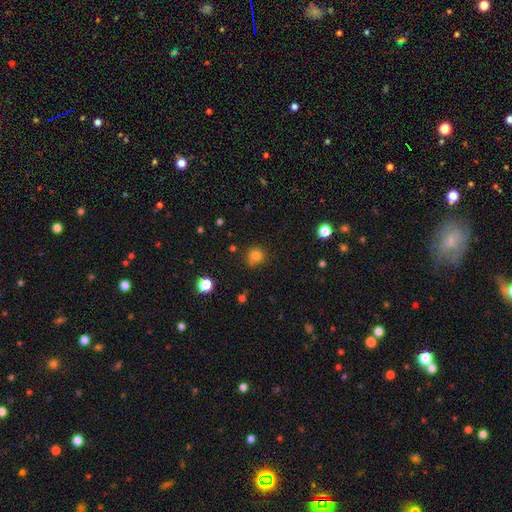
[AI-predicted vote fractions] The model was most divided on "merging": none: 72%, minor disturbance: 16%, merger: 8%, major disturbance: 4%. More confident: how rounded — round (89%); smooth or featured — smooth (80%).